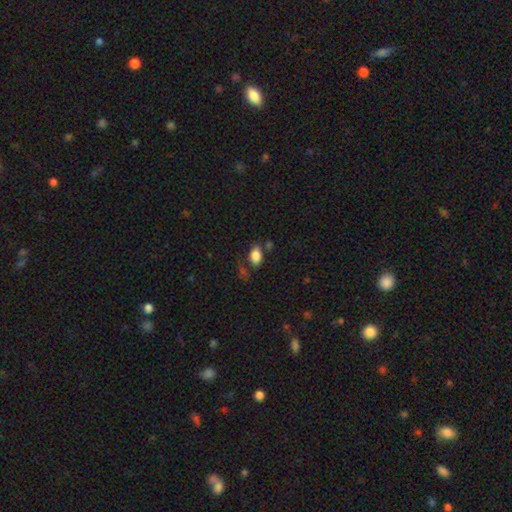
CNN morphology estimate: smooth-or-featured: smooth: 84% | star or artifact: 9% | featured or disk: 7%
  how-rounded: in between: 90% | round: 7% | cigar-shaped: 3%
  merging: none: 67% | minor disturbance: 18% | merger: 8% | major disturbance: 7%